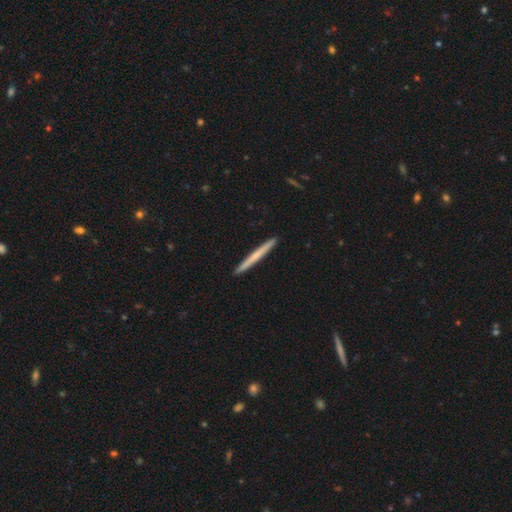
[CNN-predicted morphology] Overall: smooth (54%; featured or disk 40%). How rounded: cigar-shaped (97%). Merging: none (93%).